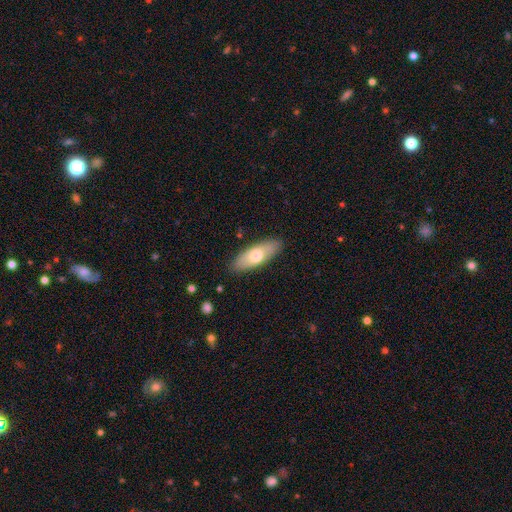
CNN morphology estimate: smooth 67%, featured or disk 27%, star or artifact 6%. Down the decision tree: how rounded — in between (68%); merging — none (87%).